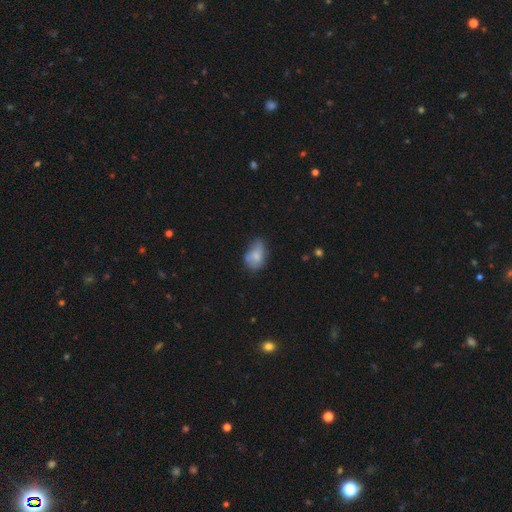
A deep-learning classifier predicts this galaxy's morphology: Overall: smooth (71%). How rounded: in between (82%). Merging: none (41%; minor disturbance 40%).